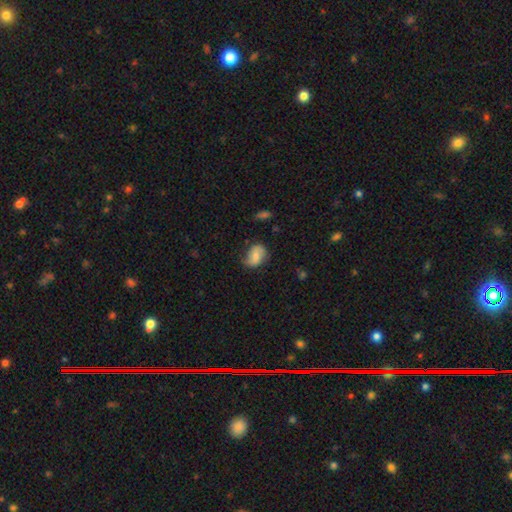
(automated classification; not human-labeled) Smooth or featured? smooth (60%)
How rounded? in between (73%)
Merging? none (58%)